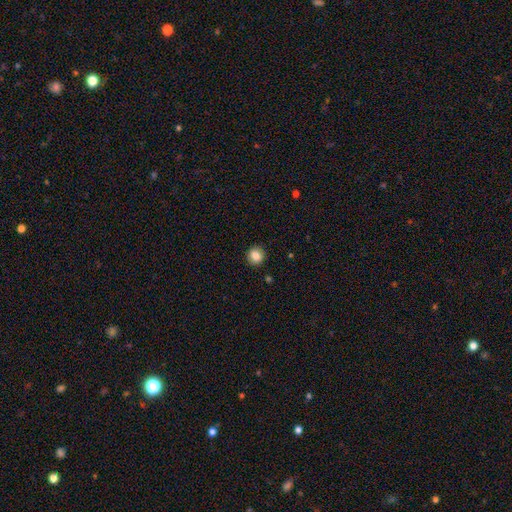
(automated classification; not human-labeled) smooth-or-featured: smooth: 84% | star or artifact: 10% | featured or disk: 6%
  how-rounded: round: 88% | in between: 11% | cigar-shaped: 1%
  merging: none: 91% | minor disturbance: 7% | major disturbance: 2% | merger: 1%